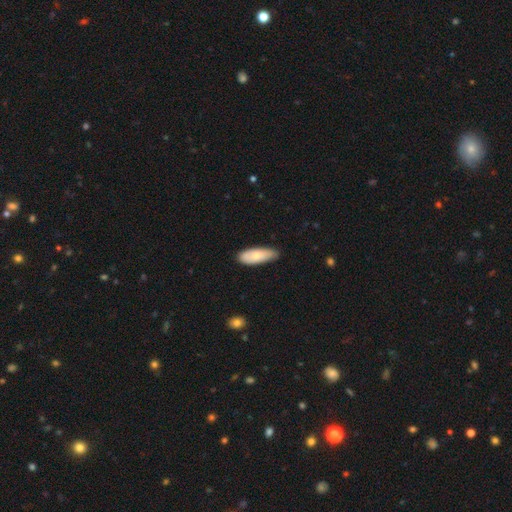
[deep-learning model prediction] smooth_or_featured: smooth (p=0.74) [alt: featured or disk p=0.21]
how_rounded: in between (p=0.71) [alt: cigar-shaped p=0.27]
merging: none (p=0.75) [alt: minor disturbance p=0.21]